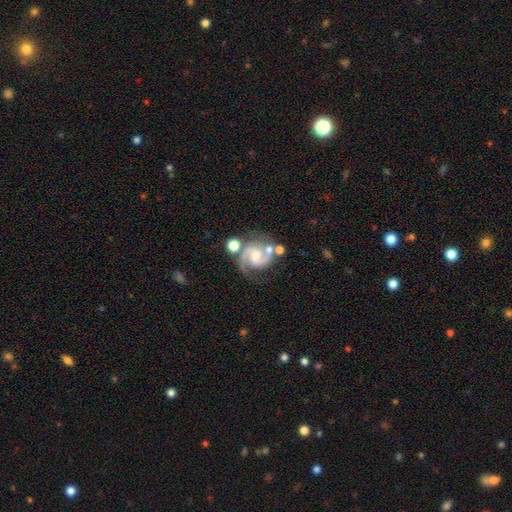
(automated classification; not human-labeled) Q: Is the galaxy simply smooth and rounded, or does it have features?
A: featured or disk — 90%.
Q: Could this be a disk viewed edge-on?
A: no — 98%.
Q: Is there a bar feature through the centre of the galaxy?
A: no — 58%.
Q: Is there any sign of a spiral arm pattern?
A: yes — 98%.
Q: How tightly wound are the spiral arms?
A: medium — 55%.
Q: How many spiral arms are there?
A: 2 — 89%.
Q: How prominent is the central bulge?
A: moderate — 51%.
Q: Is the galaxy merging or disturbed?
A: none — 63%.